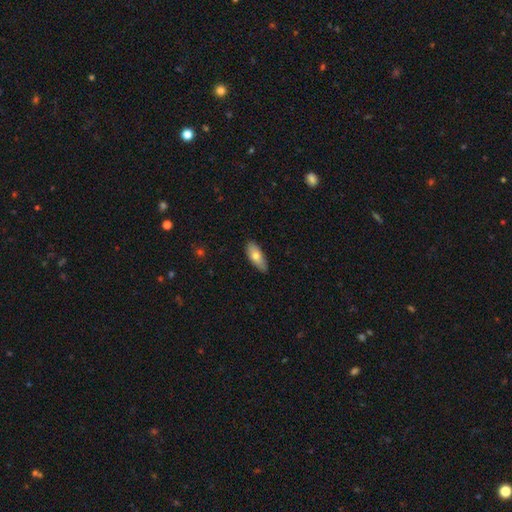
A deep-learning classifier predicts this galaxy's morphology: Q: Smooth or featured?
A: smooth (73%); runner-up: featured or disk (21%)
Q: How rounded?
A: in between (80%); runner-up: cigar-shaped (18%)
Q: Merging?
A: none (82%); runner-up: minor disturbance (15%)